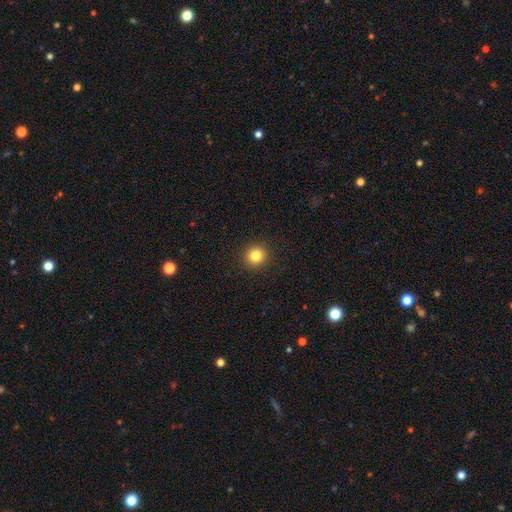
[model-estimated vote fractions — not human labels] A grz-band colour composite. It shows a smooth galaxy with no disk features (83%) that is round (93%). Merging: none (93%).